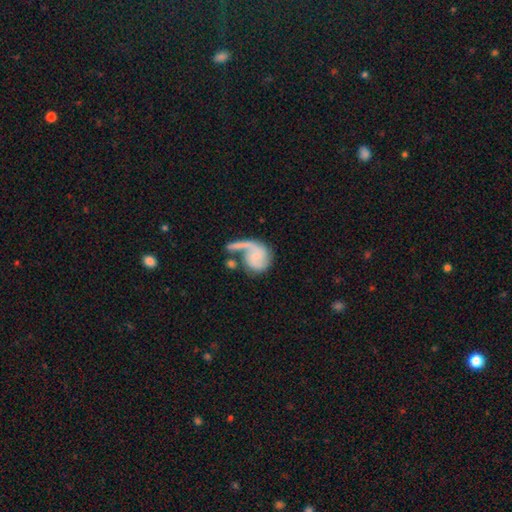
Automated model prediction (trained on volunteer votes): featured or disk 69%, smooth 24%, star or artifact 6%. Down the decision tree: edge-on disk — no (97%); bar — no (66%); spiral arms — yes (90%); spiral arm count — 2 (45%); spiral winding — loose (46%); bulge size — small (48%); merging — none (32%).